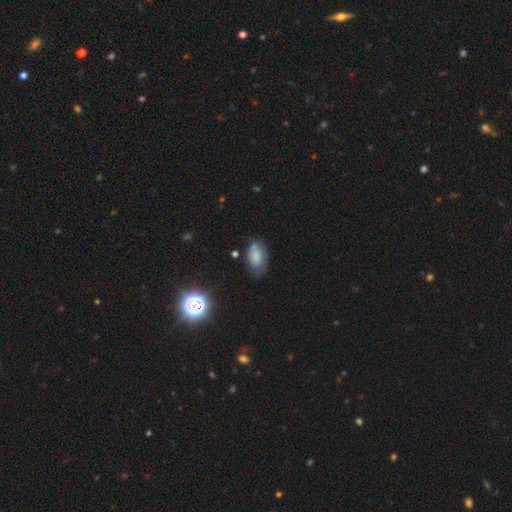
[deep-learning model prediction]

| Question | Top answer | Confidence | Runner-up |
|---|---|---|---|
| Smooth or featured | smooth | 72% | featured or disk (16%) |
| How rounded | in between | 89% | round (8%) |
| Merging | none | 55% | minor disturbance (28%) |